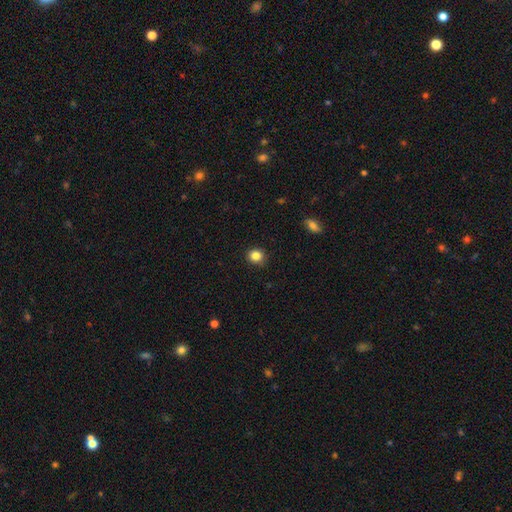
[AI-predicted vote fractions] smooth 85%, star or artifact 11%, featured or disk 4%. Down the decision tree: how rounded — round (86%); merging — none (90%).